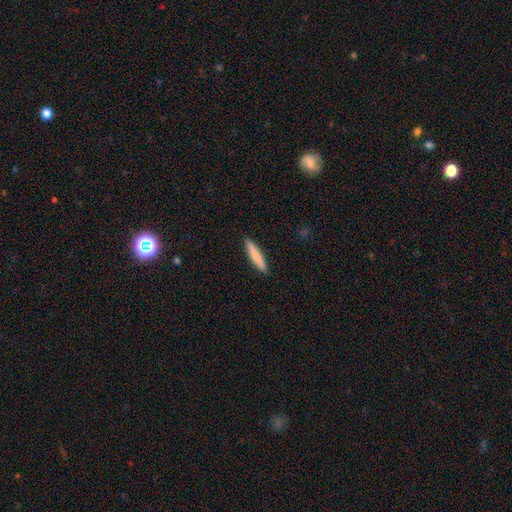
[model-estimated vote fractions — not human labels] A smooth galaxy with no disk features (78%) that is cigar-shaped (90%). Merging: none (90%).